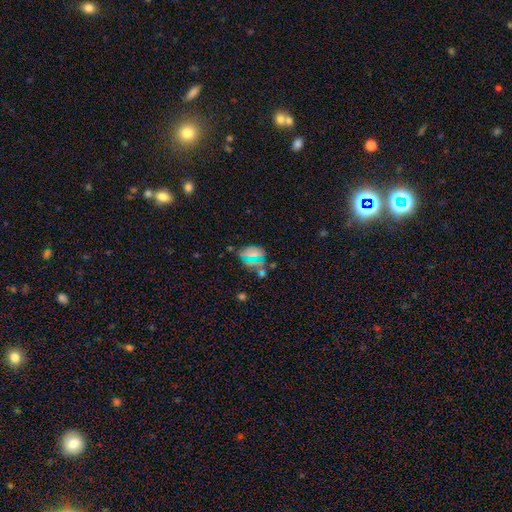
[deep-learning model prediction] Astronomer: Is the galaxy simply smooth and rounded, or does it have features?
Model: smooth — 52% (runner-up: star or artifact, 34%).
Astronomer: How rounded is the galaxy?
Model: in between — 63%.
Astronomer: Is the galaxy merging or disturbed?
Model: none — 61%.